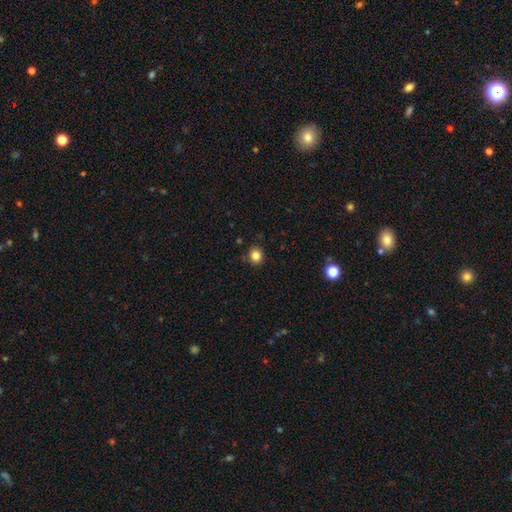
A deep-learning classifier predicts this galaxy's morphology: type=smooth (83%); roundness=round (86%); merging=none (88%).